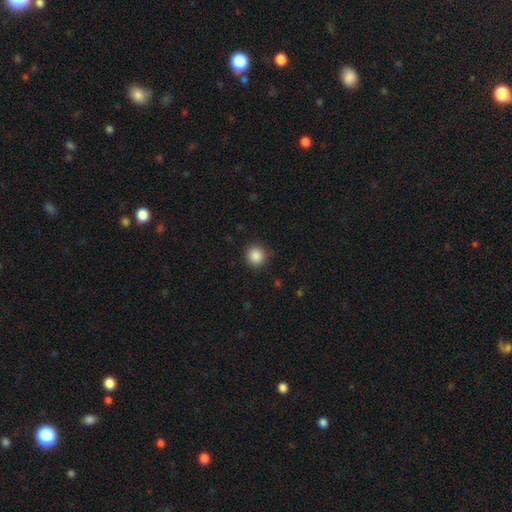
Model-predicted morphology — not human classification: A smooth galaxy with no disk features (88%) that is round (93%). Merging: none (90%).